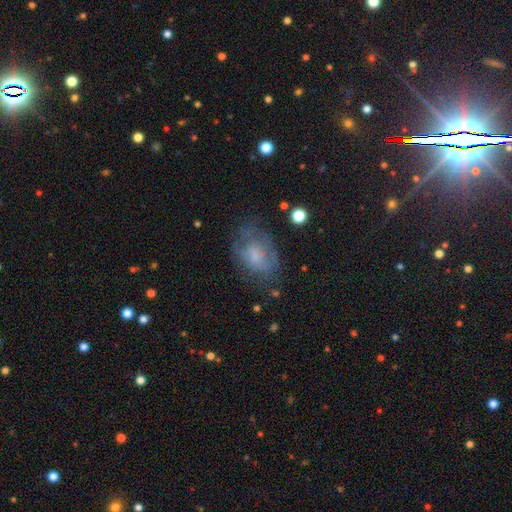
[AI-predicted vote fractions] Smooth or featured? smooth (50%)
Merging? none (53%)